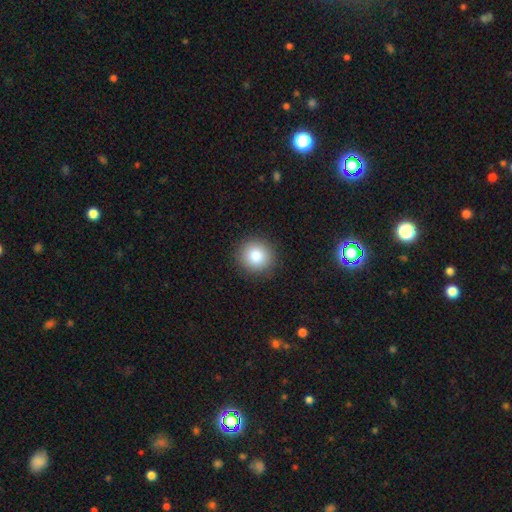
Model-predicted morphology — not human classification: smooth-or-featured: smooth: 82% | star or artifact: 10% | featured or disk: 8%
  how-rounded: round: 93% | in between: 6% | cigar-shaped: 1%
  merging: none: 91% | minor disturbance: 6% | major disturbance: 2% | merger: 1%